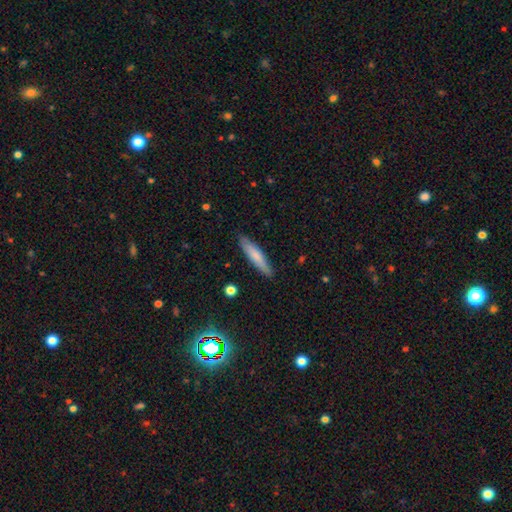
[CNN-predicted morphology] type=smooth (73%); roundness=cigar-shaped (85%); merging=none (88%).